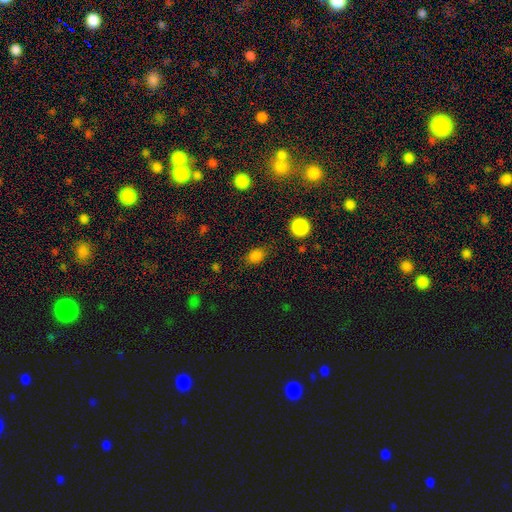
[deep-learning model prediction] Q: Smooth or featured?
A: smooth (82%); runner-up: star or artifact (14%)
Q: How rounded?
A: in between (69%); runner-up: round (30%)
Q: Merging?
A: none (80%); runner-up: minor disturbance (14%)